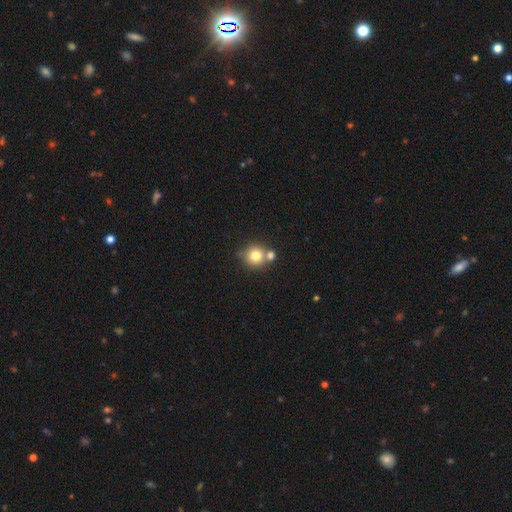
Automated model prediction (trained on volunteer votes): A smooth galaxy with no disk features (77%) that is round (90%). Merging: none (61%).